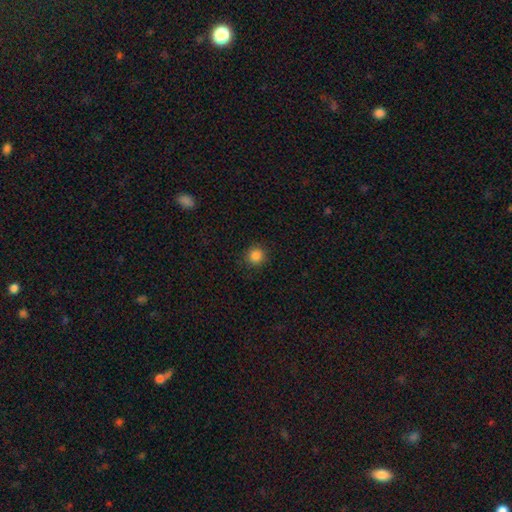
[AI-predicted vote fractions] Smooth or featured: smooth — 85% (star or artifact — 12%)
How rounded: round — 93% (in between — 6%)
Merging: none — 90% (minor disturbance — 6%)